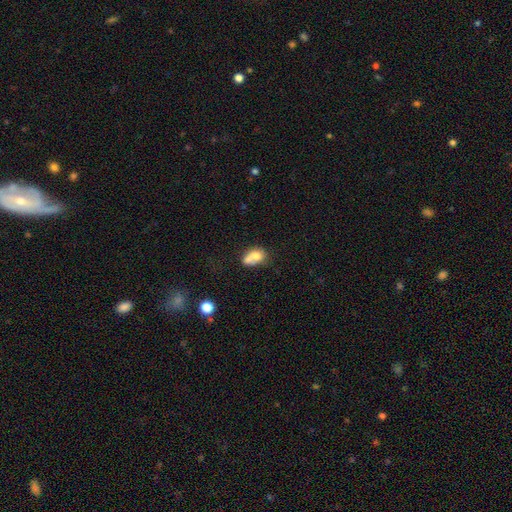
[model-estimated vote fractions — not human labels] Smooth or featured? smooth (66%)
How rounded? in between (55%)
Merging? merger (60%)